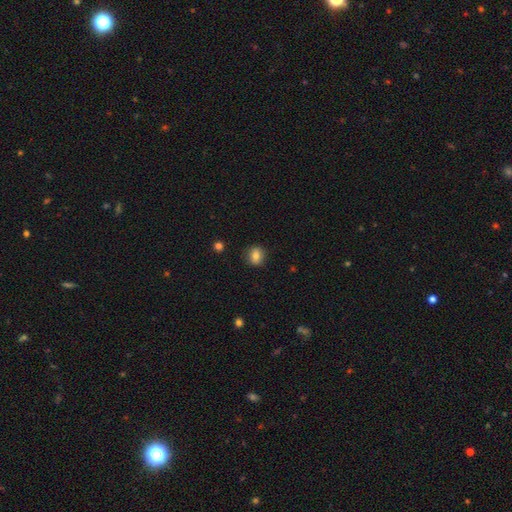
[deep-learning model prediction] Q: Smooth or featured?
A: smooth (80%); runner-up: star or artifact (10%)
Q: How rounded?
A: round (74%); runner-up: in between (24%)
Q: Merging?
A: none (88%); runner-up: minor disturbance (9%)